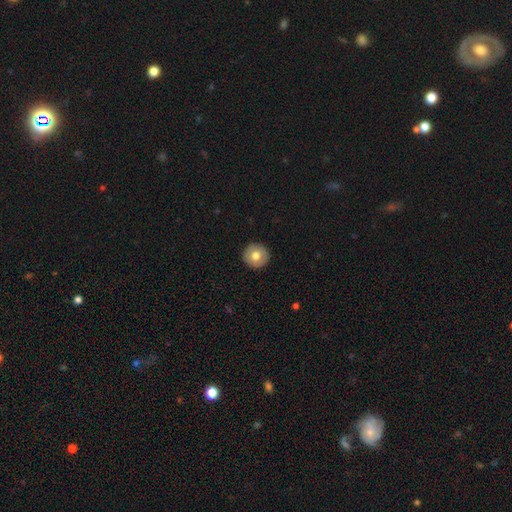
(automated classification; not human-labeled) A smooth galaxy with no disk features (71%) that is round (95%).

Vote fractions:
- Smooth or featured? smooth: 71% / featured or disk: 22% / star or artifact: 7%
- How rounded? round: 95% / in between: 4% / cigar-shaped: 1%
- Merging? none: 92% / minor disturbance: 5% / major disturbance: 1% / merger: 1%